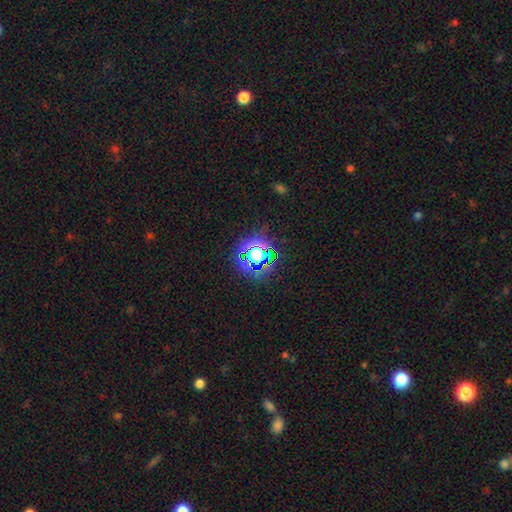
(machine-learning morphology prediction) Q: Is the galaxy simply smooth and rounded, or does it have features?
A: star or artifact — 65%.